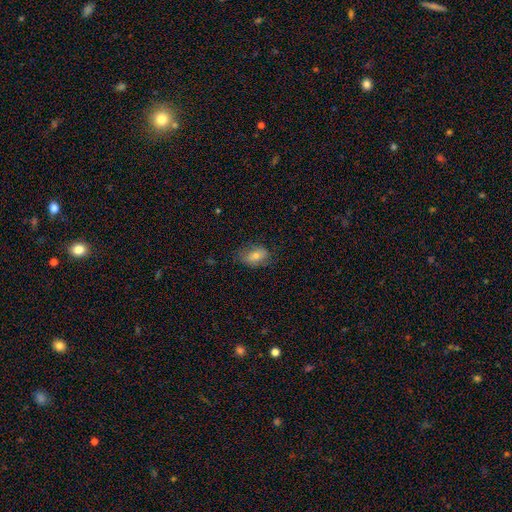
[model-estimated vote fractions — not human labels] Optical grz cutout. It shows a smooth galaxy with no disk features (64%) that is in between round and cigar-shaped (83%). Merging: none (68%).